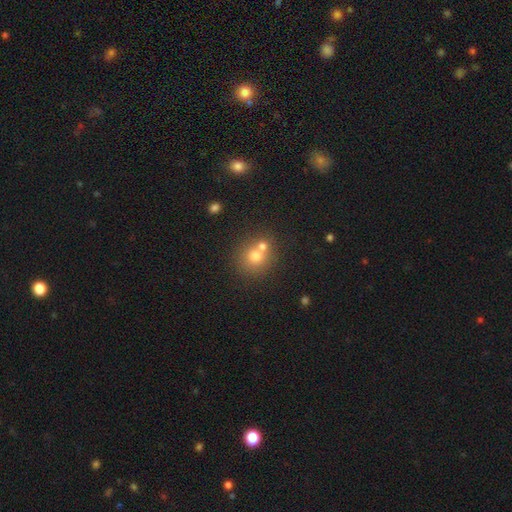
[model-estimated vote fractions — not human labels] smooth_or_featured: smooth (p=0.73) [alt: featured or disk p=0.14]
how_rounded: round (p=0.84) [alt: in between p=0.15]
merging: none (p=0.48) [alt: merger p=0.40]